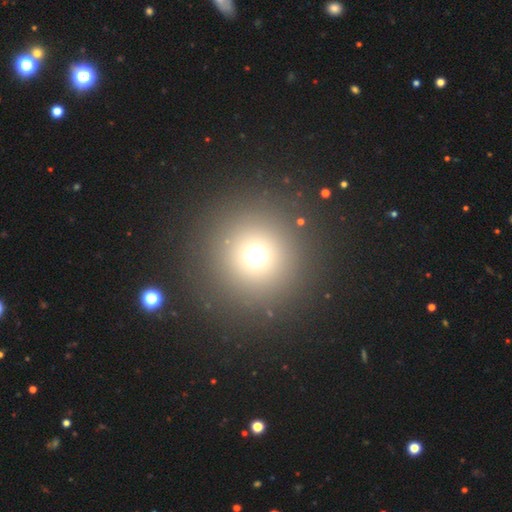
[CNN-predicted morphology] Smooth or featured? smooth (66%)
How rounded? round (95%)
Merging? none (88%)